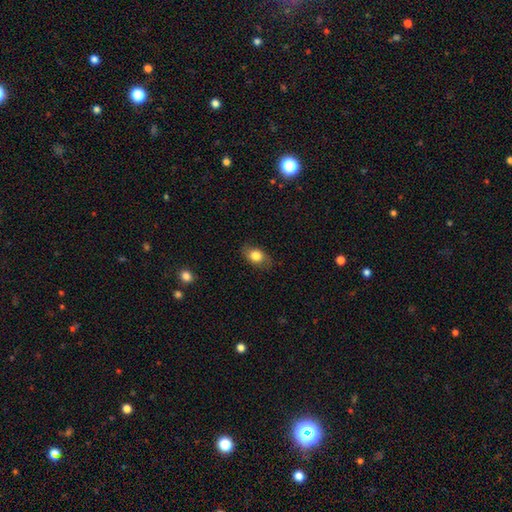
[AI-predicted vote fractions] smooth 77%, featured or disk 15%, star or artifact 8%. Down the decision tree: how rounded — in between (79%); merging — none (80%).